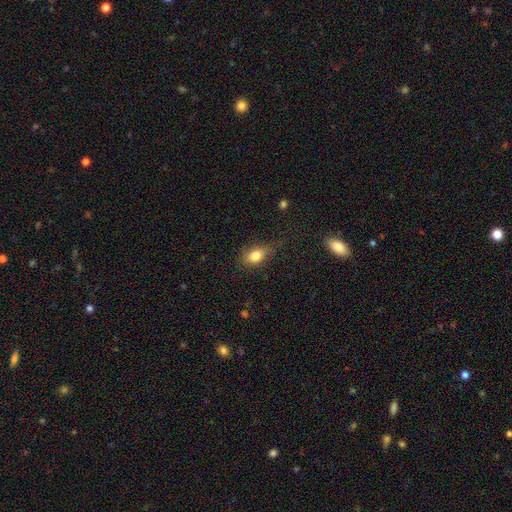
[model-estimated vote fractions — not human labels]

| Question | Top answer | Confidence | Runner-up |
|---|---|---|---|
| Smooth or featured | smooth | 80% | featured or disk (10%) |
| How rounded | in between | 75% | round (21%) |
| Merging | none | 63% | minor disturbance (26%) |